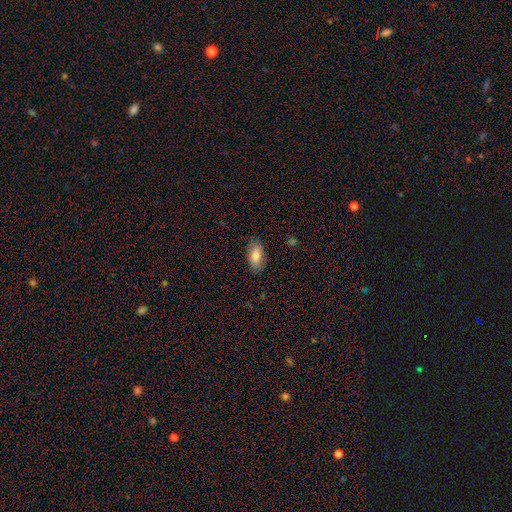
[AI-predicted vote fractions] A smooth galaxy with no disk features (80%) that is in between round and cigar-shaped (93%).

Vote fractions:
- Smooth or featured? smooth: 80% / featured or disk: 13% / star or artifact: 7%
- How rounded? in between: 93% / cigar-shaped: 4% / round: 3%
- Merging? none: 84% / minor disturbance: 12% / major disturbance: 3% / merger: 1%